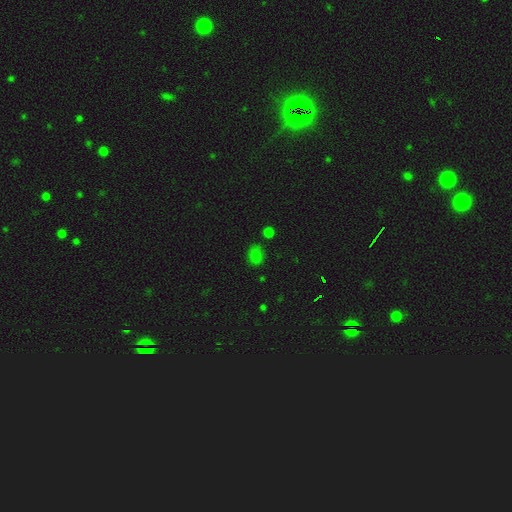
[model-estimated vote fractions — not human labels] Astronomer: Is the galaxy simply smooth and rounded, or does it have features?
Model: smooth — 70%.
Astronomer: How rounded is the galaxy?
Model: in between — 63%.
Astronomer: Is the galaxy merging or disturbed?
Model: none — 72%.